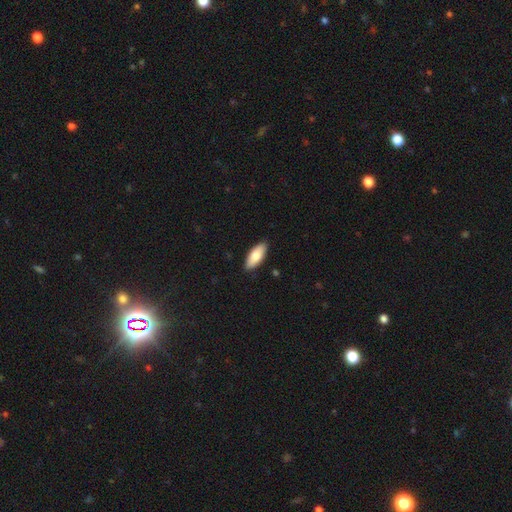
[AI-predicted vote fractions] smooth-or-featured: smooth: 79% | featured or disk: 15% | star or artifact: 6%
  how-rounded: in between: 83% | cigar-shaped: 15% | round: 2%
  merging: none: 89% | minor disturbance: 8% | major disturbance: 1% | merger: 1%